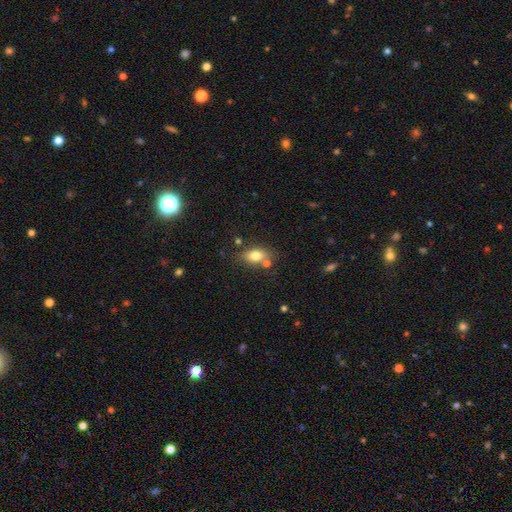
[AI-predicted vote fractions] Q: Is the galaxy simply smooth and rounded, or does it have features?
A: smooth — 77%.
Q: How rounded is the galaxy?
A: in between — 81%.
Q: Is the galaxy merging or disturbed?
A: none — 69%.